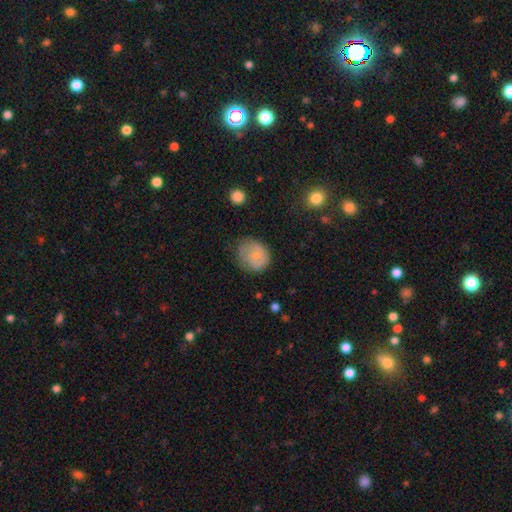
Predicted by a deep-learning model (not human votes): The model was most divided on "smooth or featured": smooth: 52%, featured or disk: 41%, star or artifact: 7%. More confident: how rounded — round (71%); merging — none (66%).